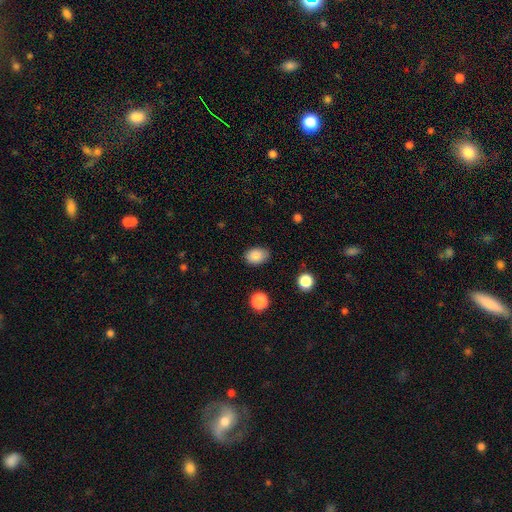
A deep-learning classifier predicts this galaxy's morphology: type=smooth (86%); roundness=in between (78%); merging=none (81%).